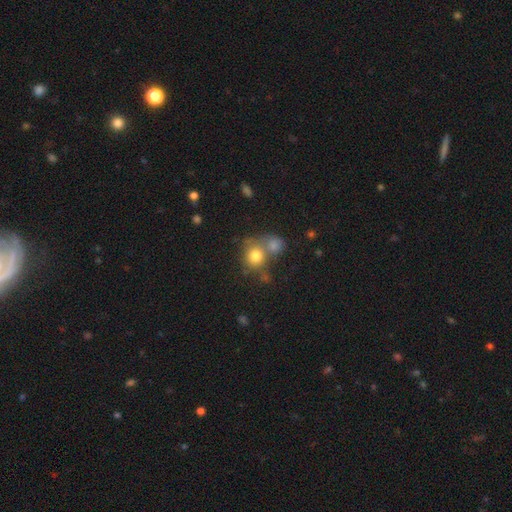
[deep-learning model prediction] Overall: smooth (77%). How rounded: round (78%). Merging: none (43%; merger 42%).